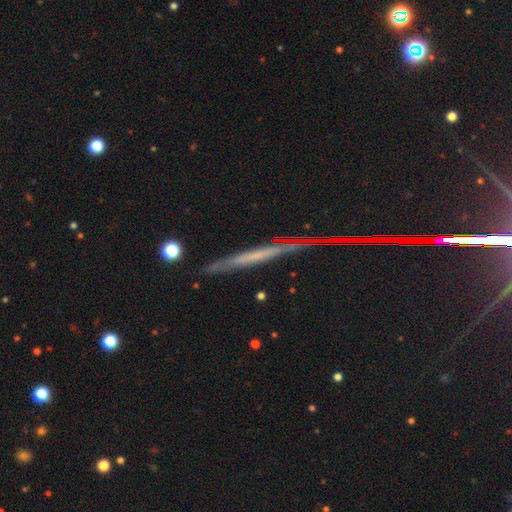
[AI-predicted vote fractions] Morphology: type=featured or disk (50%); edge-on=yes (94%); merging=none (85%).